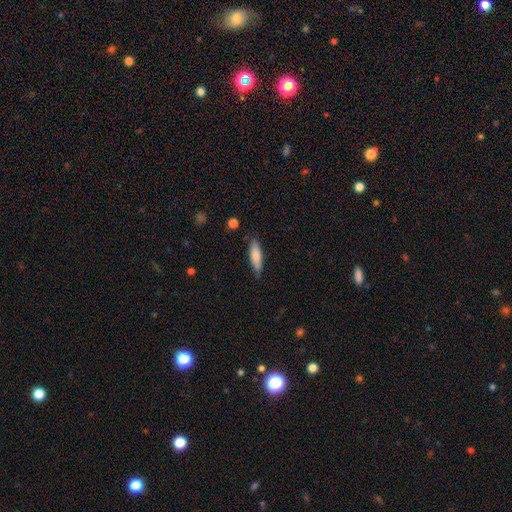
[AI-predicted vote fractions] This is likely a smooth galaxy (77%). How rounded: likely cigar-shaped (64%). Merging: clearly none (81%).